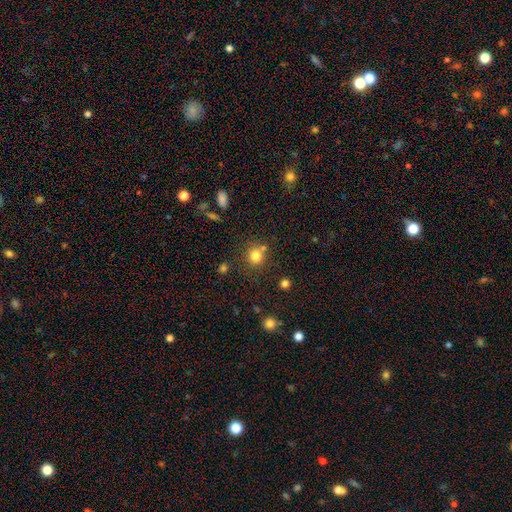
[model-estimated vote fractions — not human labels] Smooth or featured?
  - smooth: 80% *
  - star or artifact: 13%
  - featured or disk: 7%
How rounded?
  - round: 87% *
  - in between: 12%
  - cigar-shaped: 1%
Merging?
  - none: 70% *
  - merger: 16%
  - minor disturbance: 10%
  - major disturbance: 4%